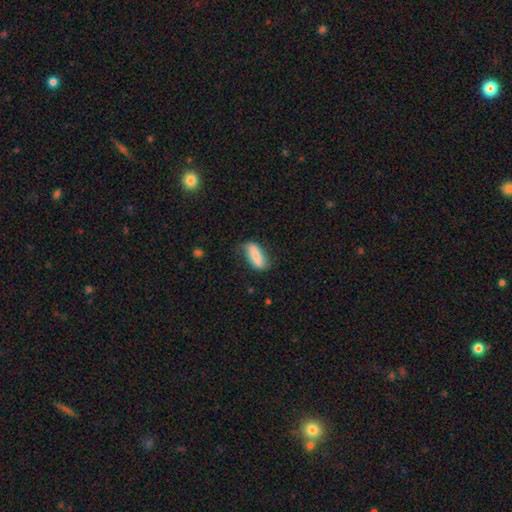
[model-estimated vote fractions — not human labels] This appears to be a smooth galaxy with no disk features (72%) that is in between round and cigar-shaped (71%). Merging: none (64%).